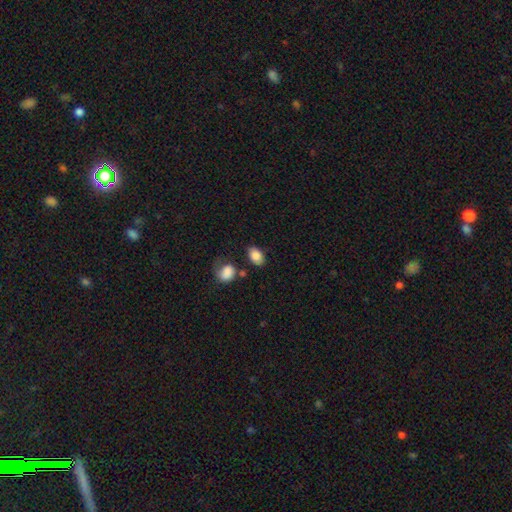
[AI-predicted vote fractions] Smooth or featured? smooth (85%)
How rounded? in between (84%)
Merging? none (73%)